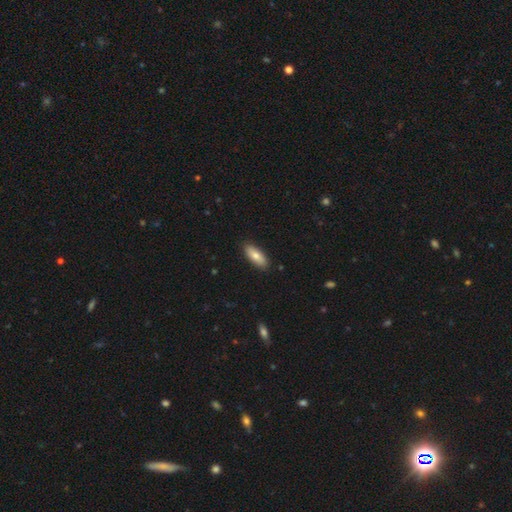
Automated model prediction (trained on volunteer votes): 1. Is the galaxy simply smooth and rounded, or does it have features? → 77% smooth, 17% featured or disk, 6% star or artifact.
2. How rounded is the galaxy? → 78% in between, 20% cigar-shaped, 2% round.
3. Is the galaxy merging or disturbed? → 88% none, 9% minor disturbance, 2% major disturbance, 1% merger.